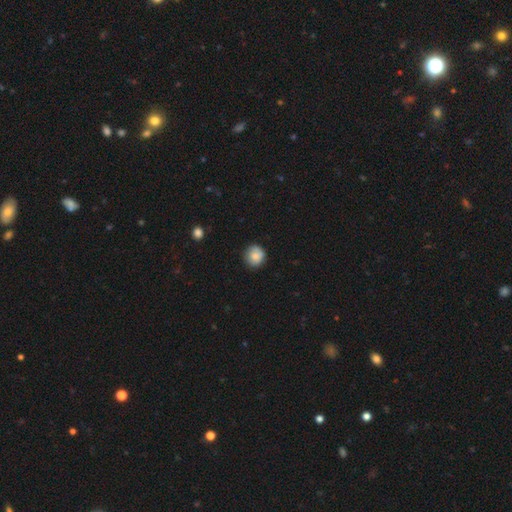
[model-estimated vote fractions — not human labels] Smooth or featured?
  - smooth: 83% *
  - featured or disk: 9%
  - star or artifact: 8%
How rounded?
  - round: 89% *
  - in between: 10%
  - cigar-shaped: 1%
Merging?
  - none: 81% *
  - minor disturbance: 15%
  - major disturbance: 3%
  - merger: 1%